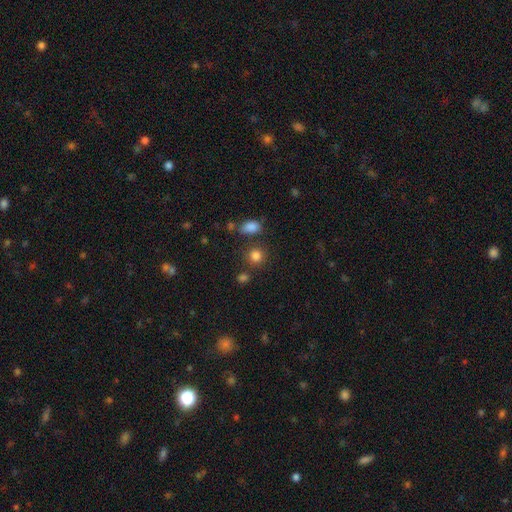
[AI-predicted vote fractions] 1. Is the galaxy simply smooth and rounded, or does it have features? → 82% smooth, 13% star or artifact, 5% featured or disk.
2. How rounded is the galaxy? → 83% round, 15% in between, 1% cigar-shaped.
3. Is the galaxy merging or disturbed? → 77% none, 10% minor disturbance, 9% merger, 4% major disturbance.